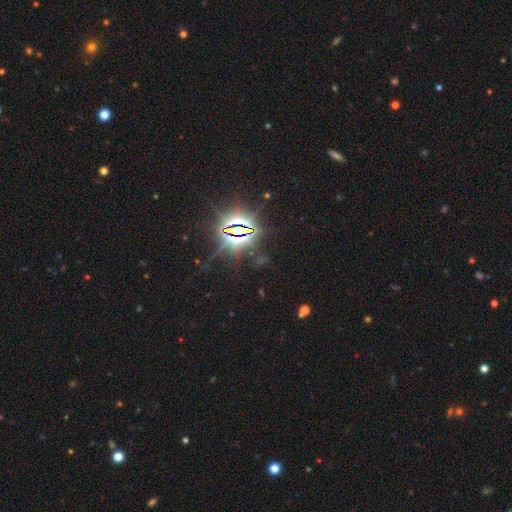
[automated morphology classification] Smooth or featured? star or artifact (86%)